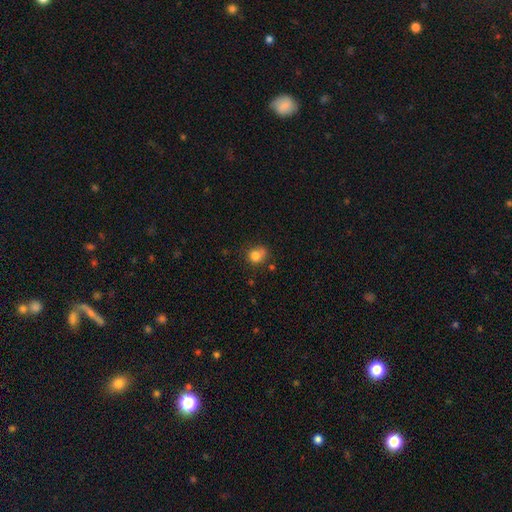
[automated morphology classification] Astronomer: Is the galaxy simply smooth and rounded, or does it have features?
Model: smooth — 80%.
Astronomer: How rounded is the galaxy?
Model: round — 63%.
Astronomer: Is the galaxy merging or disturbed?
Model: none — 54%.